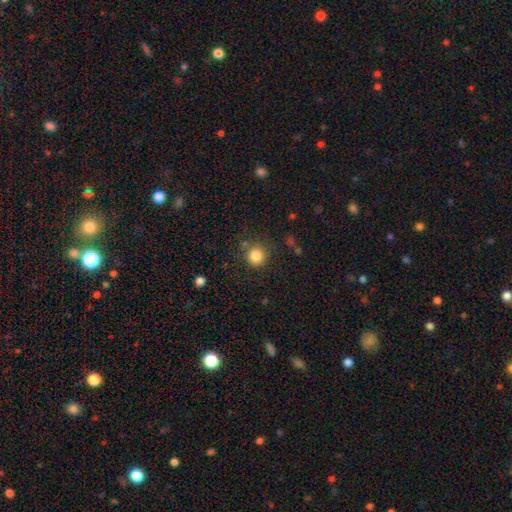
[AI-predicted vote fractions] Smooth or featured? Predicted: smooth (p=0.84). How rounded? Predicted: round (p=0.90). Merging? Predicted: none (p=0.78).